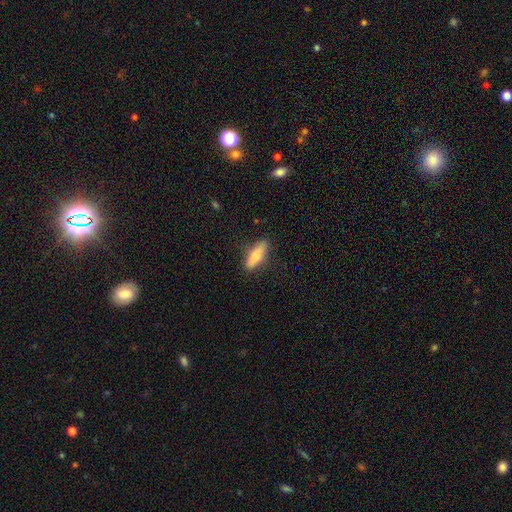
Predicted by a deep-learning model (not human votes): Q: Smooth or featured?
A: smooth (80%); runner-up: featured or disk (14%)
Q: How rounded?
A: cigar-shaped (54%); runner-up: in between (44%)
Q: Merging?
A: none (84%); runner-up: minor disturbance (12%)